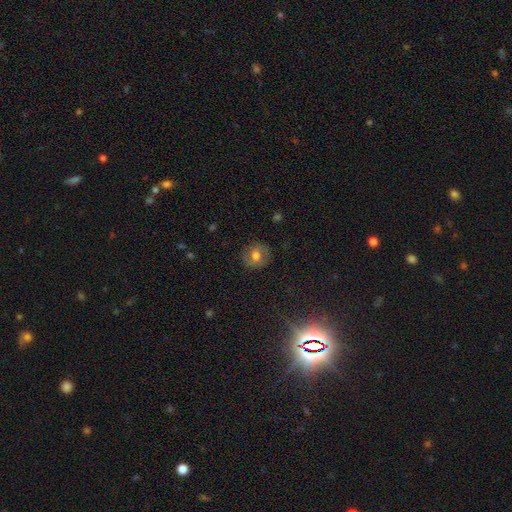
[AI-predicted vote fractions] The model was most divided on "smooth or featured": smooth: 59%, featured or disk: 30%, star or artifact: 11%. More confident: how rounded — round (84%); merging — none (84%).